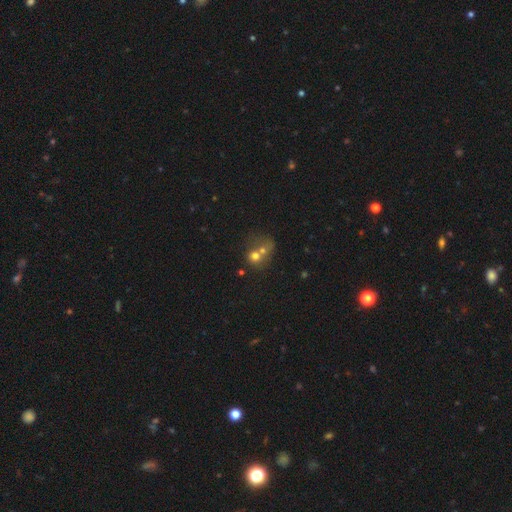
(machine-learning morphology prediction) Smooth or featured? Predicted: smooth (p=0.63). How rounded? Predicted: round (p=0.71). Merging? Predicted: merger (p=0.67).